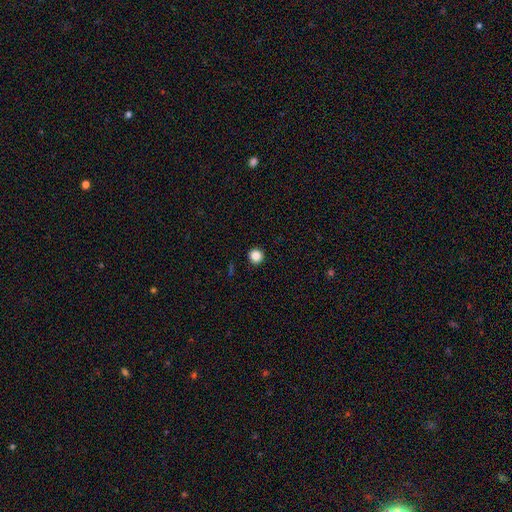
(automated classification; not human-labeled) Q: Smooth or featured?
A: smooth (86%); runner-up: star or artifact (11%)
Q: How rounded?
A: round (96%); runner-up: in between (3%)
Q: Merging?
A: none (93%); runner-up: minor disturbance (4%)